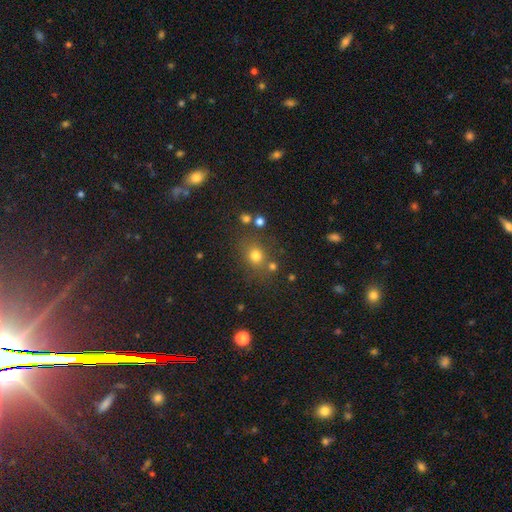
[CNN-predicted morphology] Smooth or featured?
  - smooth: 74% *
  - star or artifact: 17%
  - featured or disk: 9%
How rounded?
  - round: 74% *
  - in between: 25%
  - cigar-shaped: 1%
Merging?
  - none: 73% *
  - minor disturbance: 12%
  - merger: 10%
  - major disturbance: 5%